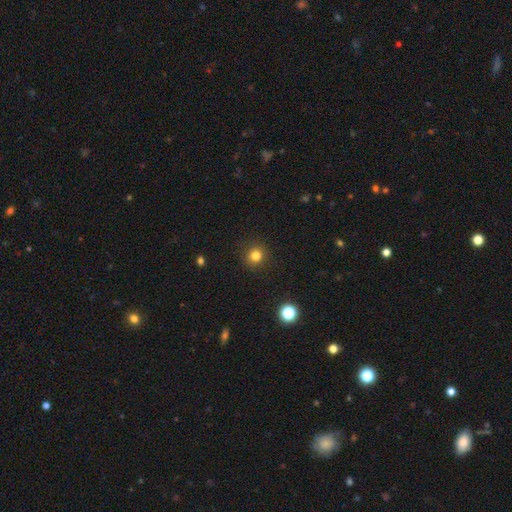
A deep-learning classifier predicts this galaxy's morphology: Q: Smooth or featured?
A: smooth (81%); runner-up: star or artifact (14%)
Q: How rounded?
A: round (91%); runner-up: in between (8%)
Q: Merging?
A: none (91%); runner-up: minor disturbance (6%)